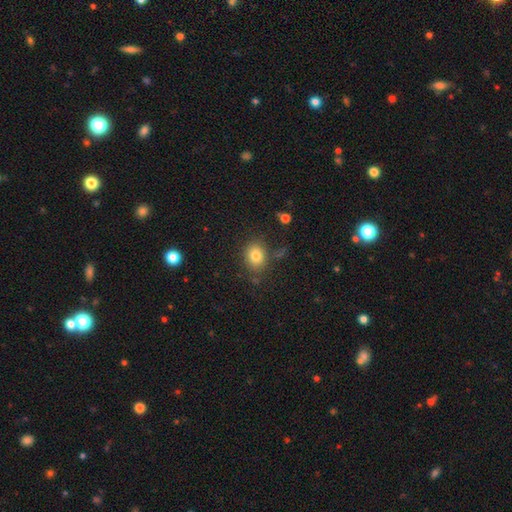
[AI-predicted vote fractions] Overall: smooth (80%). How rounded: round (51%; in between 48%). Merging: none (79%).